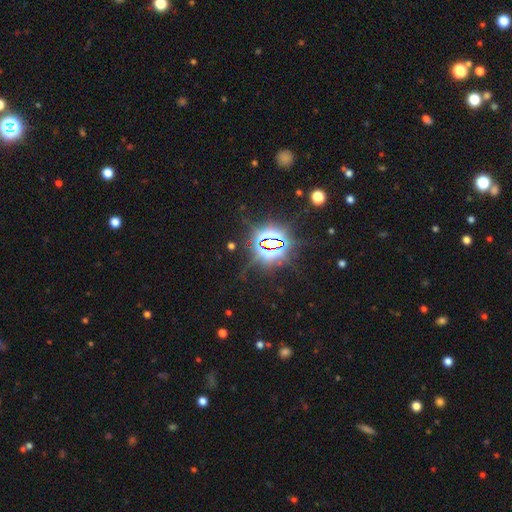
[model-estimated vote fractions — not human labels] star or artifact 84%, smooth 10%, featured or disk 7%.